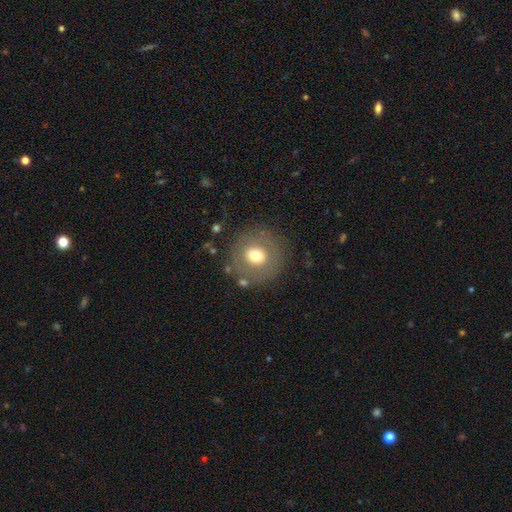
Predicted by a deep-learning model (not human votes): Smooth or featured? smooth (62%)
How rounded? round (93%)
Merging? none (81%)